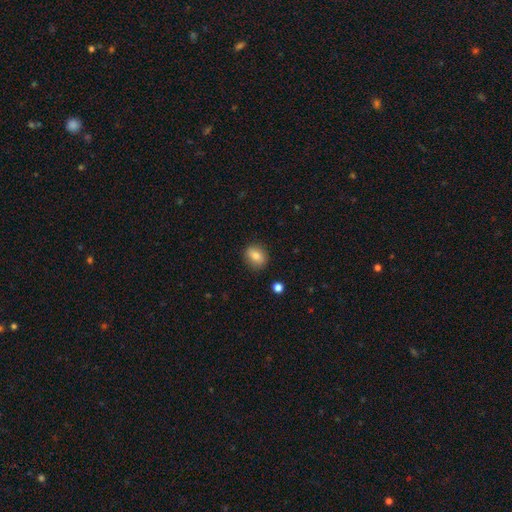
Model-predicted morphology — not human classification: Smooth or featured? Predicted: smooth (p=0.78). How rounded? Predicted: round (p=0.55). Merging? Predicted: none (p=0.87).